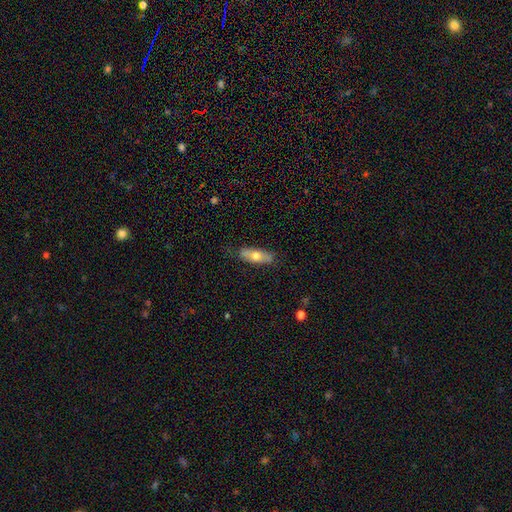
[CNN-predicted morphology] Smooth or featured? Predicted: smooth (p=0.63). How rounded? Predicted: in between (p=0.67). Merging? Predicted: none (p=0.78).